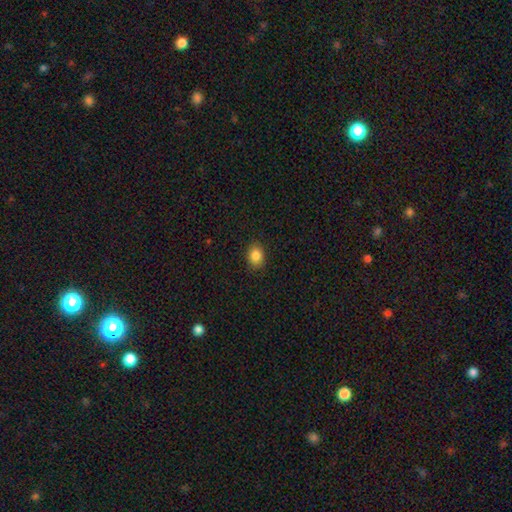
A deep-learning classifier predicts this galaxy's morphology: Smooth or featured? Predicted: smooth (p=0.86). How rounded? Predicted: in between (p=0.56). Merging? Predicted: none (p=0.88).